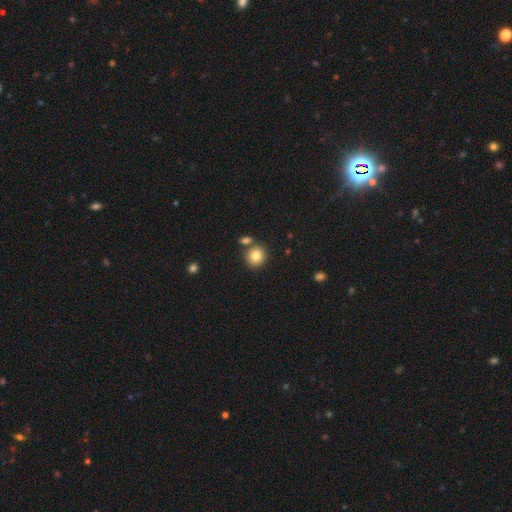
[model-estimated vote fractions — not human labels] Smooth or featured? smooth (81%)
How rounded? round (81%)
Merging? none (74%)